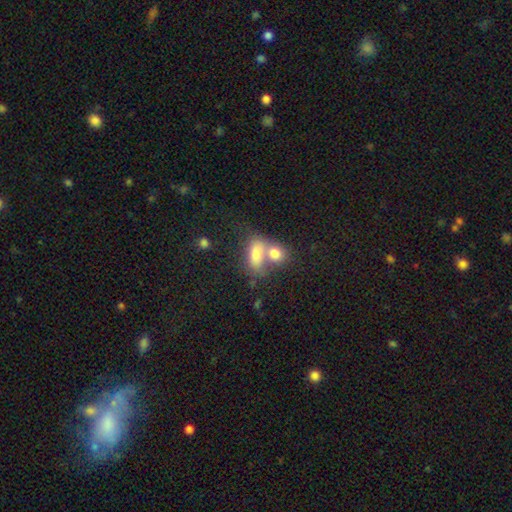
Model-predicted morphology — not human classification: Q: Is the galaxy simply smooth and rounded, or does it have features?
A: smooth — 76%.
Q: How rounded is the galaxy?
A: in between — 82%.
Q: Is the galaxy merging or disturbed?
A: merger — 62%.